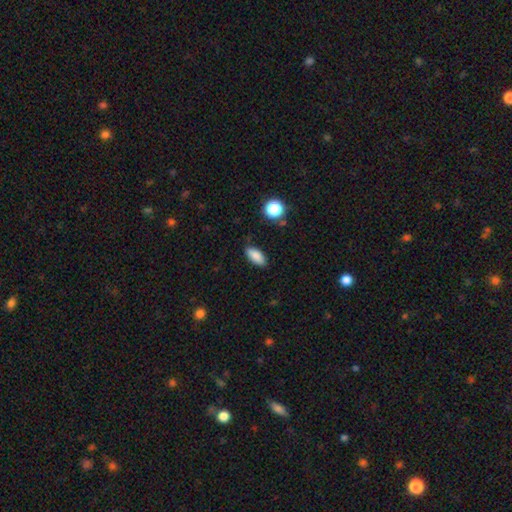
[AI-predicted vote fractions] Smooth or featured: smooth — 86% (star or artifact — 8%)
How rounded: in between — 85% (cigar-shaped — 11%)
Merging: none — 84% (minor disturbance — 12%)